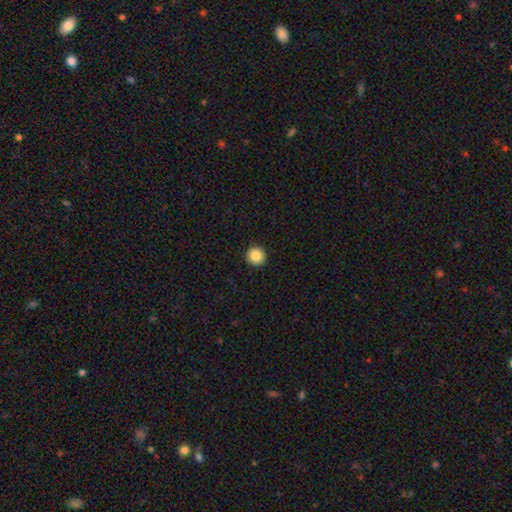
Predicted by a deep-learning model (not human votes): Overall: smooth (86%). How rounded: round (95%). Merging: none (93%).